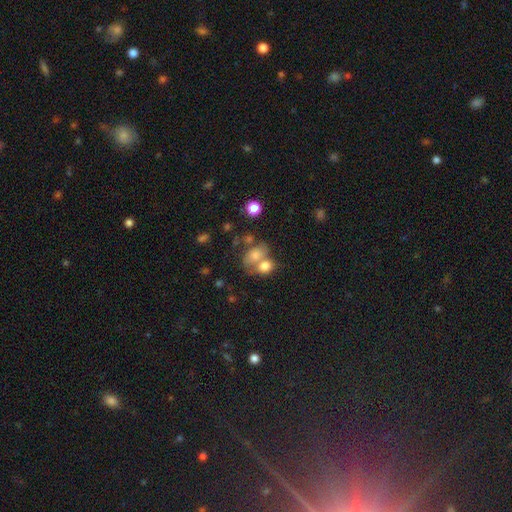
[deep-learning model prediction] Smooth or featured? smooth (64%)
How rounded? in between (58%)
Merging? merger (55%)